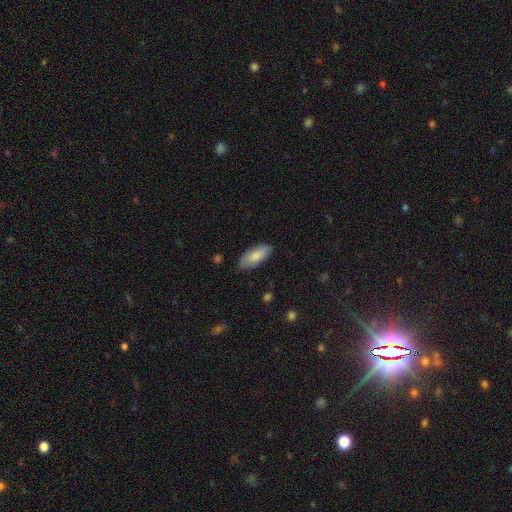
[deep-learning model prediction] Smooth or featured? smooth (85%)
How rounded? in between (83%)
Merging? none (86%)